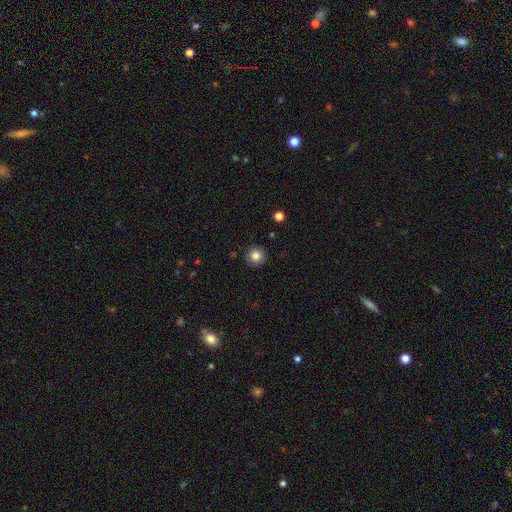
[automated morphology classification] Q: Smooth or featured?
A: smooth (84%); runner-up: star or artifact (10%)
Q: How rounded?
A: round (94%); runner-up: in between (5%)
Q: Merging?
A: none (91%); runner-up: minor disturbance (6%)